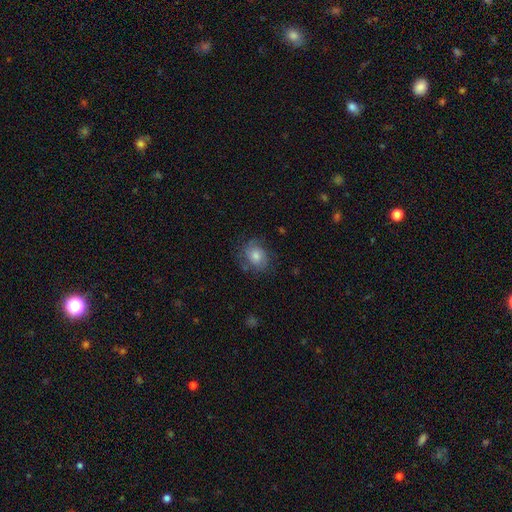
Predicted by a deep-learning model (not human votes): Morphology: type=smooth (48%); merging=none (72%).